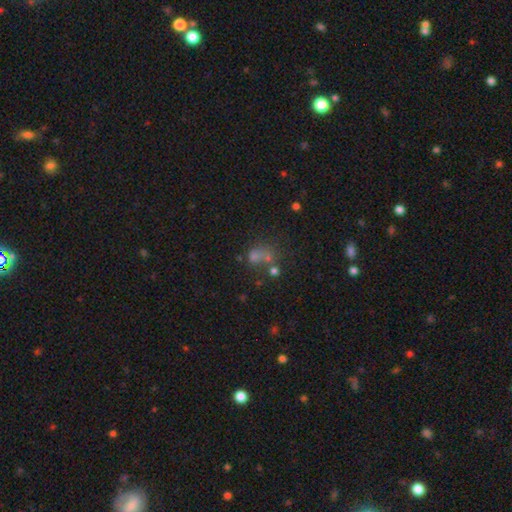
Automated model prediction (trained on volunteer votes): smooth-or-featured: smooth: 51% | star or artifact: 30% | featured or disk: 18%
  how-rounded: round: 60% | in between: 38% | cigar-shaped: 2%
  merging: none: 39% | merger: 37% | minor disturbance: 12% | major disturbance: 12%